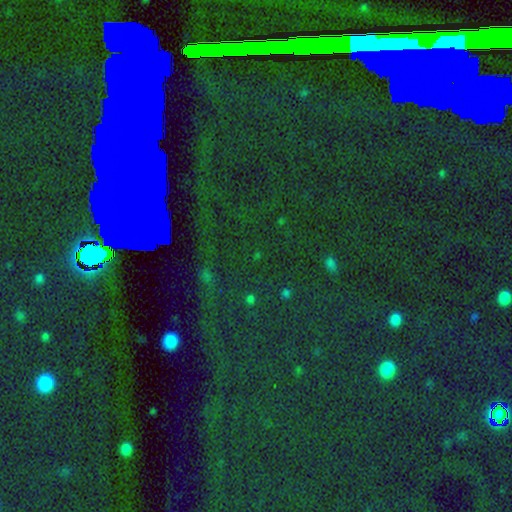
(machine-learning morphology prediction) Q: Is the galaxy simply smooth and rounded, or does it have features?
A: star or artifact — 78%.